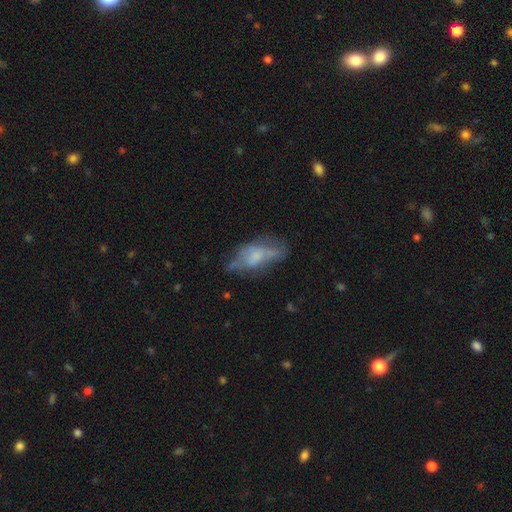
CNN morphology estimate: type=featured or disk (47%); merging=none (43%).